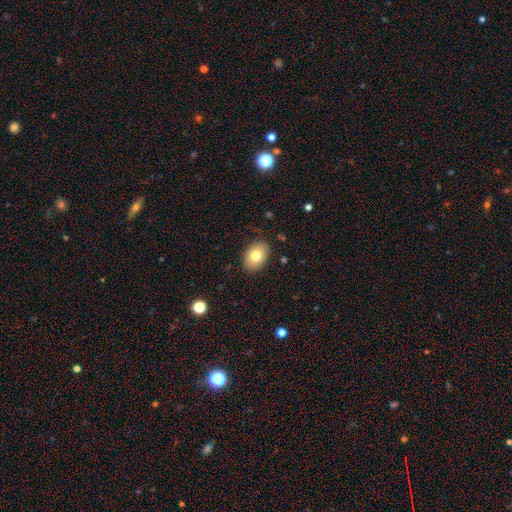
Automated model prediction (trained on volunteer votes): Morphology: type=smooth (79%); roundness=in between (82%); merging=none (85%).